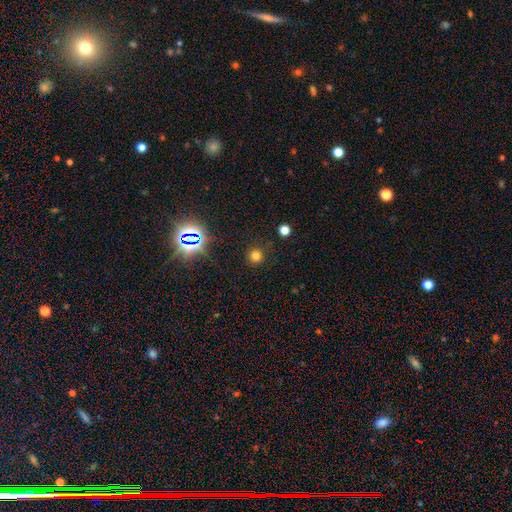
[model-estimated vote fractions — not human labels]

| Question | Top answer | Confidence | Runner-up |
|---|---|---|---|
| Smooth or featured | smooth | 73% | star or artifact (22%) |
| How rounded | round | 94% | in between (5%) |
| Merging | none | 89% | minor disturbance (7%) |